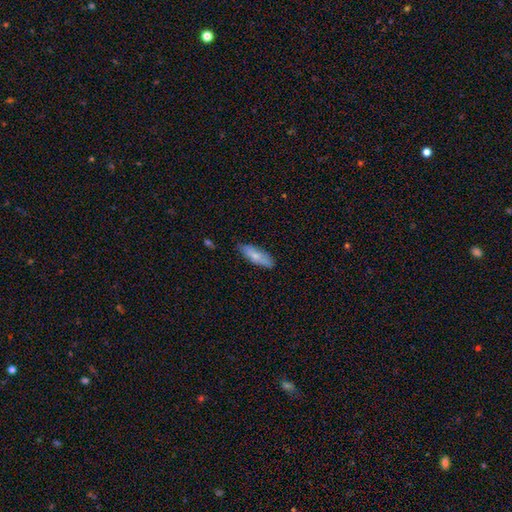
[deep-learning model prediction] Overall: smooth (75%). How rounded: in between (50%; cigar-shaped 48%). Merging: none (78%).